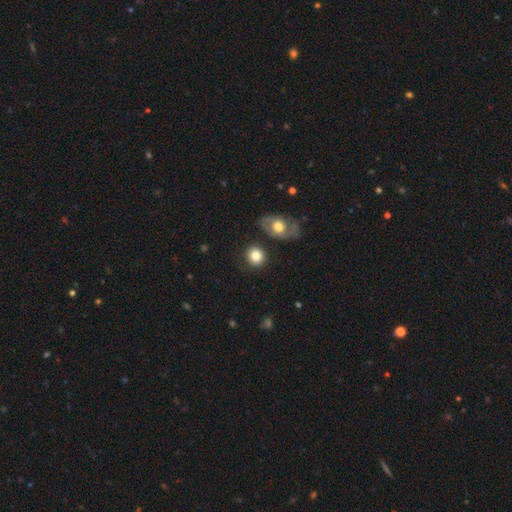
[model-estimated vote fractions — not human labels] Q: Smooth or featured?
A: smooth (82%); runner-up: featured or disk (10%)
Q: How rounded?
A: round (82%); runner-up: in between (17%)
Q: Merging?
A: none (83%); runner-up: minor disturbance (9%)